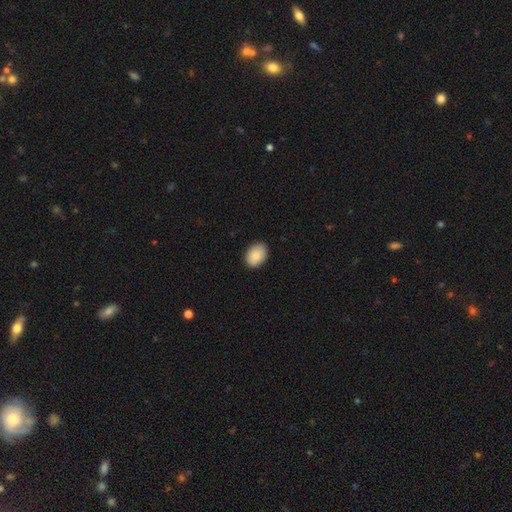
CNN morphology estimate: smooth 89%, star or artifact 7%, featured or disk 4%. Down the decision tree: how rounded — in between (79%); merging — none (88%).